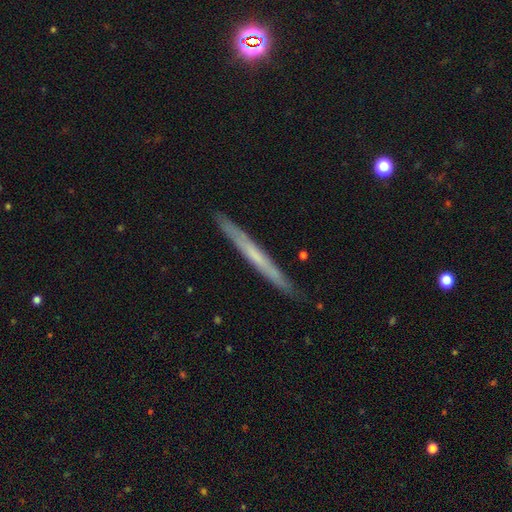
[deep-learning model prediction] Q: Smooth or featured?
A: featured or disk (53%); runner-up: smooth (40%)
Q: Edge-on disk?
A: yes (95%); runner-up: no (5%)
Q: Edge-on bulge?
A: none (83%); runner-up: rounded (13%)
Q: Merging?
A: none (90%); runner-up: minor disturbance (8%)